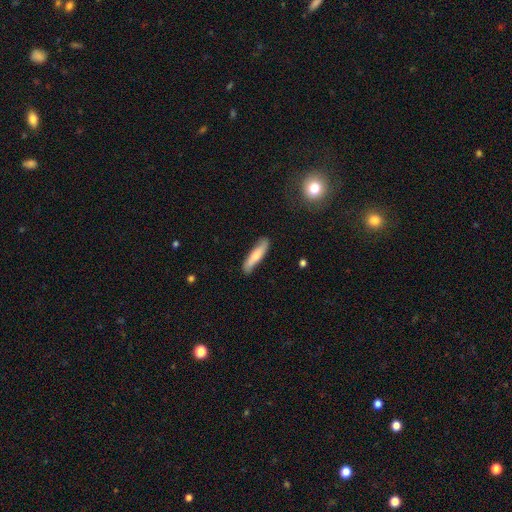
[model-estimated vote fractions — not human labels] smooth_or_featured: smooth (p=0.72) [alt: featured or disk p=0.23]
how_rounded: cigar-shaped (p=0.83) [alt: in between p=0.16]
merging: none (p=0.83) [alt: minor disturbance p=0.13]